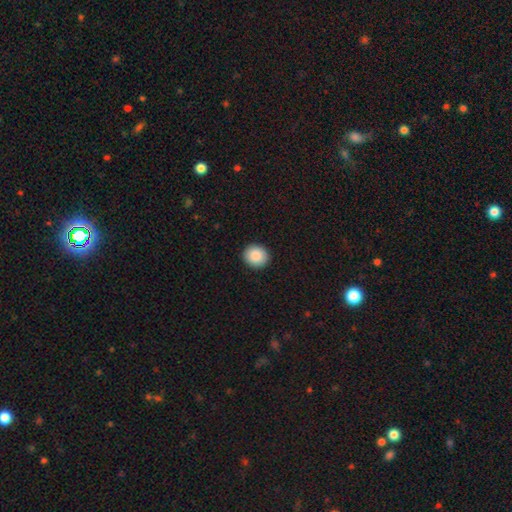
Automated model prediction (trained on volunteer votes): Smooth or featured? Predicted: smooth (p=0.88). How rounded? Predicted: round (p=0.87). Merging? Predicted: none (p=0.93).